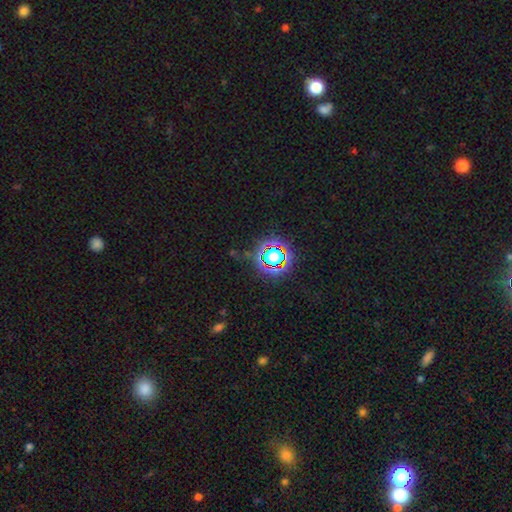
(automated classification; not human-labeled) The model was most divided on "smooth or featured": star or artifact: 78%, smooth: 13%, featured or disk: 9%.